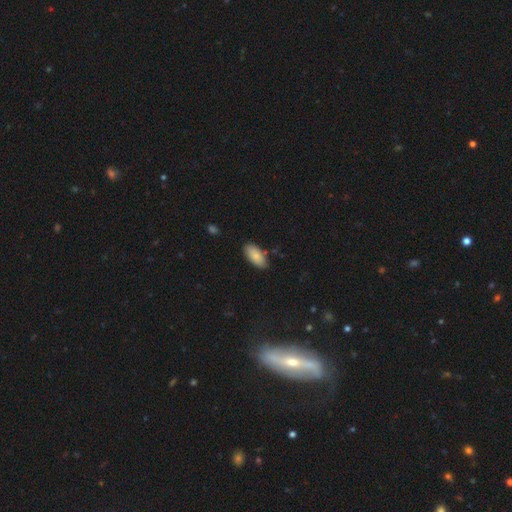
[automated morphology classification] Smooth or featured? Predicted: smooth (p=0.86). How rounded? Predicted: in between (p=0.91). Merging? Predicted: none (p=0.83).